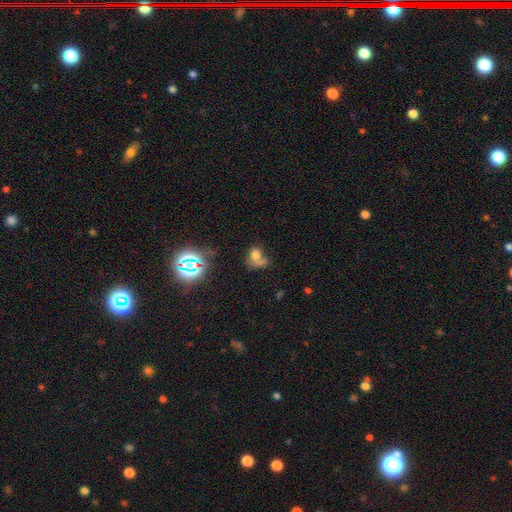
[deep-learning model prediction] Smooth or featured: smooth — 61% (star or artifact — 22%)
How rounded: in between — 54% (round — 44%)
Merging: merger — 32% (none — 30%)